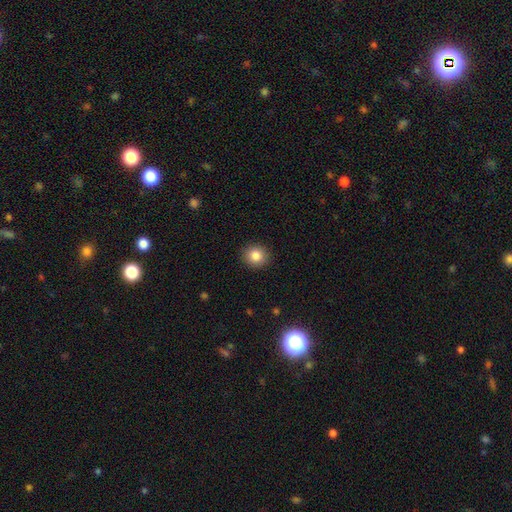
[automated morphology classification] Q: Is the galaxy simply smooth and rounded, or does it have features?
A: smooth — 83%.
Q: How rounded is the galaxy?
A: round — 89%.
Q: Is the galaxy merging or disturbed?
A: none — 91%.